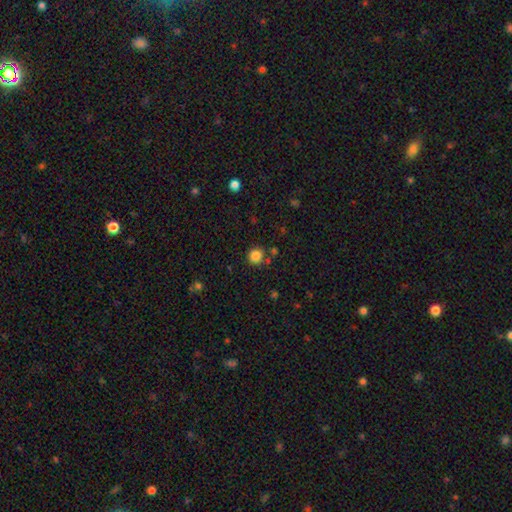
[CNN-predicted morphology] Smooth or featured: smooth — 85% (star or artifact — 11%)
How rounded: round — 90% (in between — 9%)
Merging: none — 81% (minor disturbance — 9%)